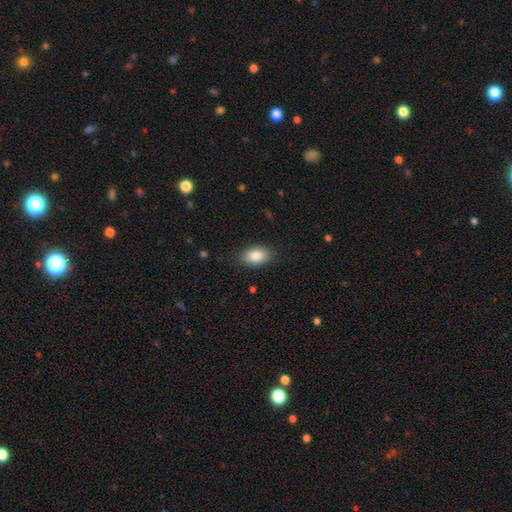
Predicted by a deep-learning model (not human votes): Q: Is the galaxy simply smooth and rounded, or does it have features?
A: smooth — 86%.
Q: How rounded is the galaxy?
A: in between — 92%.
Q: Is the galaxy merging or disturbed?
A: none — 86%.